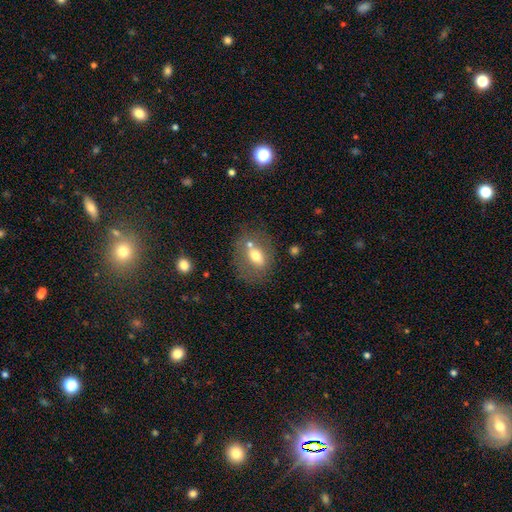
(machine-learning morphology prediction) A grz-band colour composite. It shows a smooth galaxy with no disk features (58%) that is in between round and cigar-shaped (70%). Merging: none (61%).